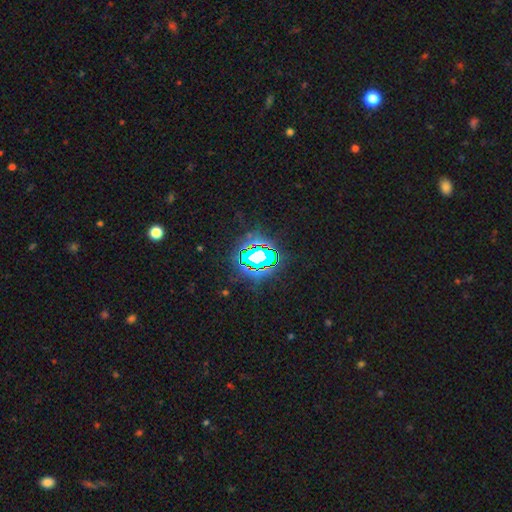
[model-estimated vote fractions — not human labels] A star or artifact, not a galaxy (74%).